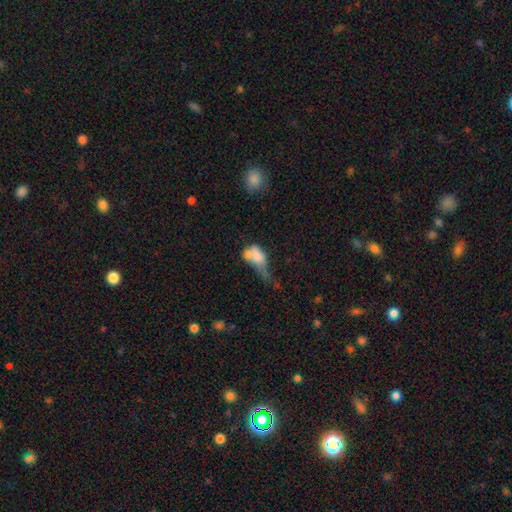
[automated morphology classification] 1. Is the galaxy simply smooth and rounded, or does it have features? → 63% smooth, 27% featured or disk, 10% star or artifact.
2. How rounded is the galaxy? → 76% in between, 18% round, 5% cigar-shaped.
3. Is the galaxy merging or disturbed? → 37% major disturbance, 31% merger, 19% minor disturbance, 13% none.